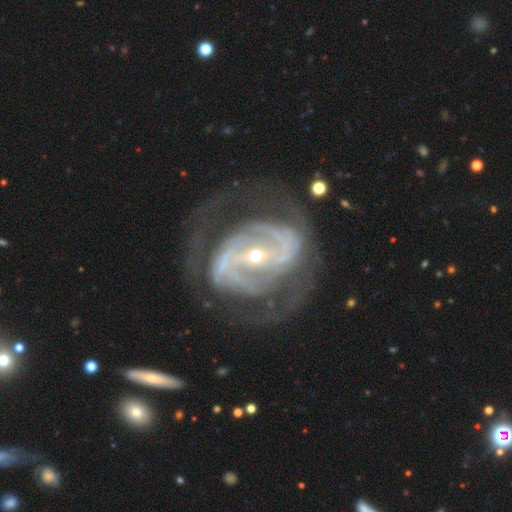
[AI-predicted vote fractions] Smooth or featured: featured or disk — 89% (smooth — 6%)
Edge-on disk: no — 96% (yes — 4%)
Bar: strong — 53% (weak — 29%)
Spiral arms: yes — 88% (no — 12%)
Spiral winding: medium — 42% (tied with tight — 42%)
Spiral arm count: 2 — 67% (can't tell — 17%)
Bulge size: small — 72% (moderate — 24%)
Merging: none — 62% (major disturbance — 20%)